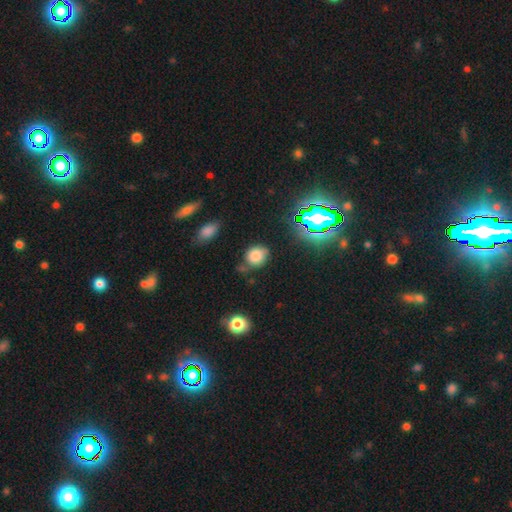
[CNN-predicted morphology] type=smooth (76%); roundness=round (65%); merging=none (66%).